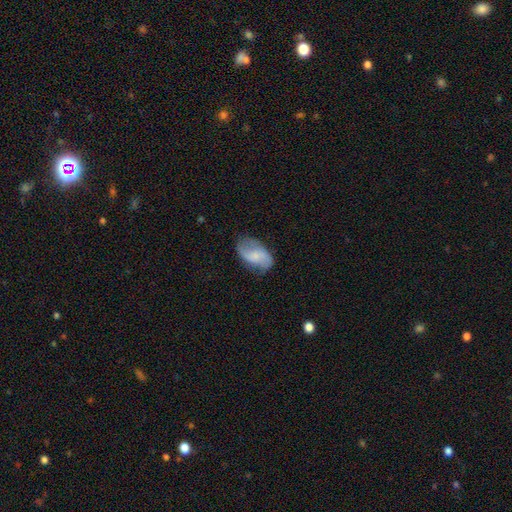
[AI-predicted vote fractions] Smooth or featured? Predicted: featured or disk (p=0.54). Edge-on disk? Predicted: no (p=0.96). Bar? Predicted: no (p=0.56). Spiral arms? Predicted: yes (p=0.87). Bulge size? Predicted: small (p=0.57). Merging? Predicted: none (p=0.64).